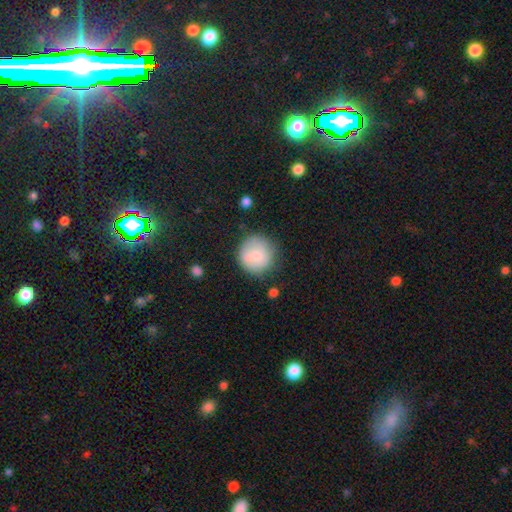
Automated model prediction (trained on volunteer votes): Q: Smooth or featured?
A: smooth (79%); runner-up: featured or disk (14%)
Q: How rounded?
A: round (93%); runner-up: in between (6%)
Q: Merging?
A: none (71%); runner-up: minor disturbance (19%)